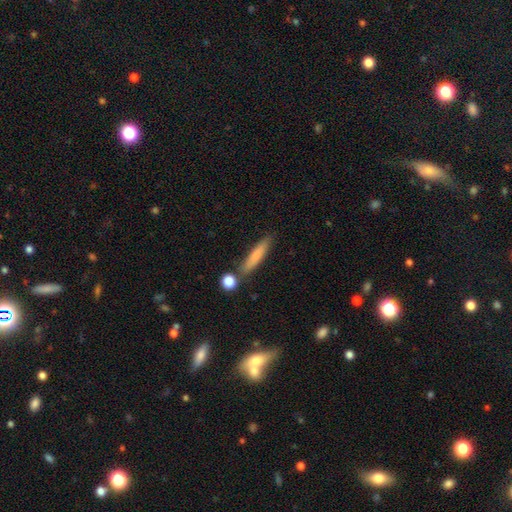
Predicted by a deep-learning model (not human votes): This appears to be a smooth galaxy with no disk features (76%) that is cigar-shaped (87%). Merging: none (78%).